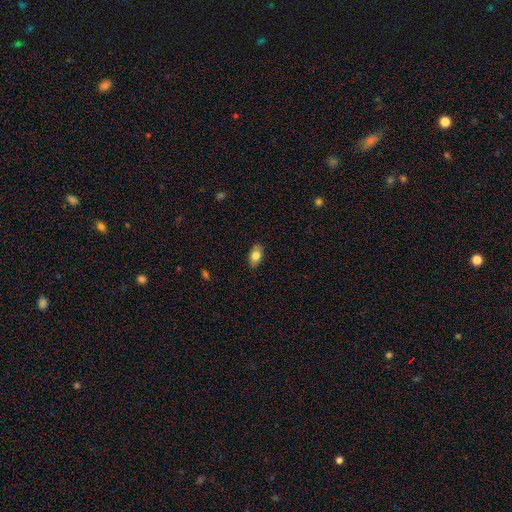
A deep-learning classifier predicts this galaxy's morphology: Smooth or featured: smooth — 79% (featured or disk — 13%)
How rounded: in between — 89% (round — 8%)
Merging: none — 86% (minor disturbance — 11%)